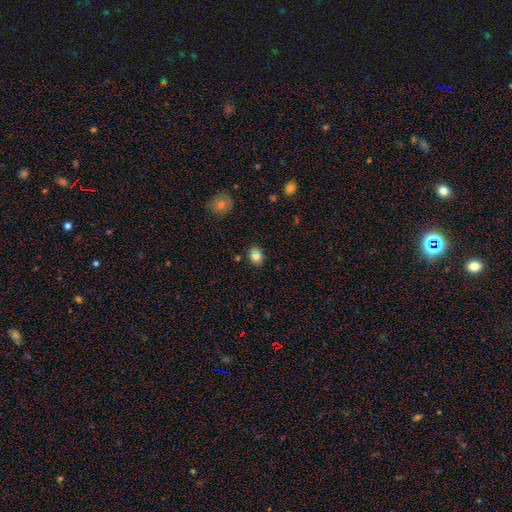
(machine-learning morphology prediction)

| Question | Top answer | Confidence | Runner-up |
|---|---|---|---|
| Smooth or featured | smooth | 77% | star or artifact (14%) |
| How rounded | round | 58% | in between (41%) |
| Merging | none | 84% | minor disturbance (11%) |